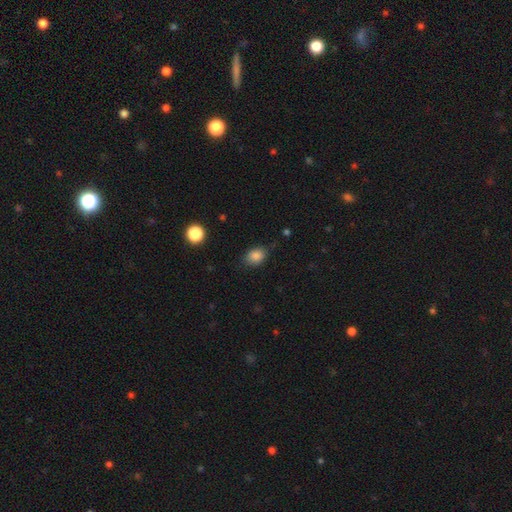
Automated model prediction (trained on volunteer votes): Smooth or featured: smooth — 85% (star or artifact — 10%)
How rounded: in between — 69% (round — 29%)
Merging: none — 74% (minor disturbance — 20%)